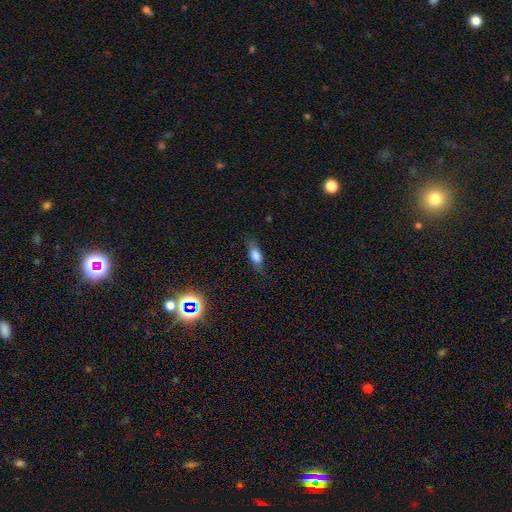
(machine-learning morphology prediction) Smooth or featured?
  - smooth: 71% *
  - featured or disk: 17%
  - star or artifact: 11%
How rounded?
  - in between: 68% *
  - cigar-shaped: 26%
  - round: 6%
Merging?
  - none: 73% *
  - minor disturbance: 19%
  - major disturbance: 6%
  - merger: 1%